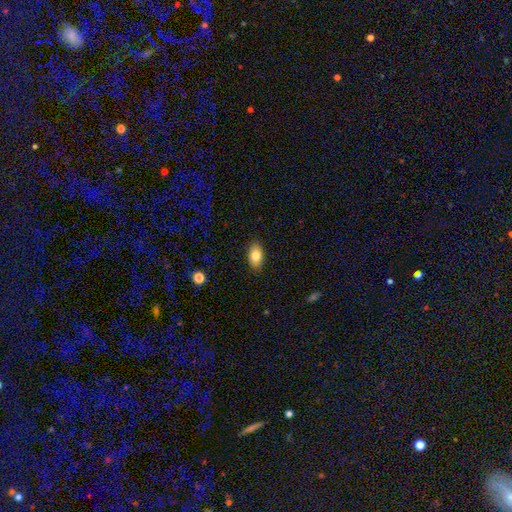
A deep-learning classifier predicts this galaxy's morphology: This appears to be a smooth galaxy with no disk features (82%) that is in between round and cigar-shaped (92%). Merging: none (88%).